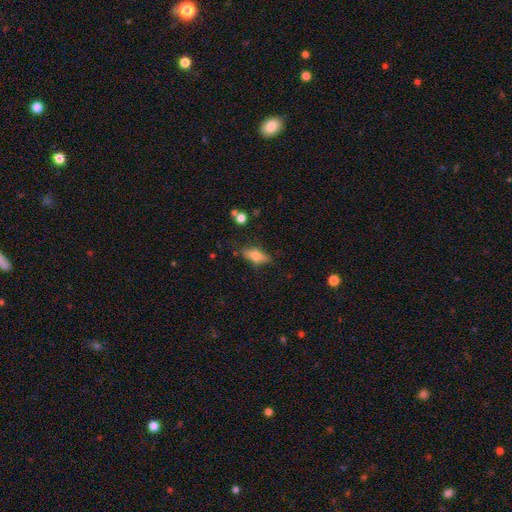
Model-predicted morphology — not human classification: The model was most divided on "smooth or featured": smooth: 67%, featured or disk: 24%, star or artifact: 8%. More confident: merging — none (75%); how rounded — in between (74%).